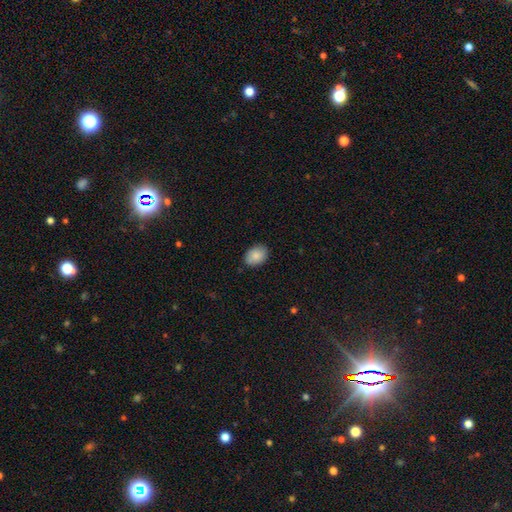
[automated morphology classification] The model was most divided on "how rounded": in between: 78%, round: 21%, cigar-shaped: 1%. More confident: merging — none (87%); smooth or featured — smooth (87%).